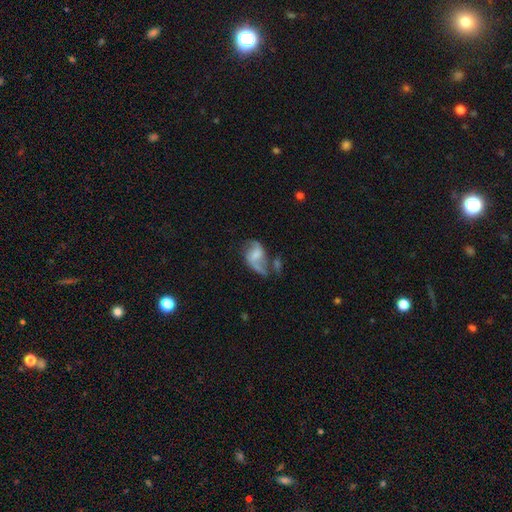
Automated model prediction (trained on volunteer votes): A featured or disk galaxy (61%) with a weak bar (46%), spiral arms (78%) and no central bulge (32%). Merging: none (30%).